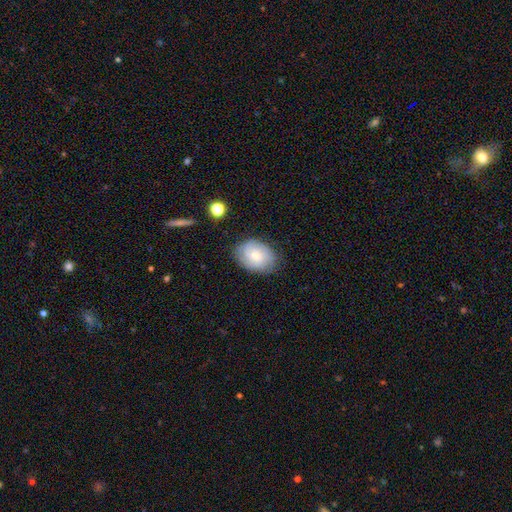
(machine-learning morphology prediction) smooth_or_featured: featured or disk (p=0.52) [alt: smooth p=0.40]
disk_edge_on: no (p=0.96) [alt: yes p=0.04]
bar: no (p=0.76) [alt: weak p=0.21]
has_spiral_arms: yes (p=0.86) [alt: no p=0.14]
bulge_size: small (p=0.52) [alt: moderate p=0.43]
merging: none (p=0.77) [alt: minor disturbance p=0.17]